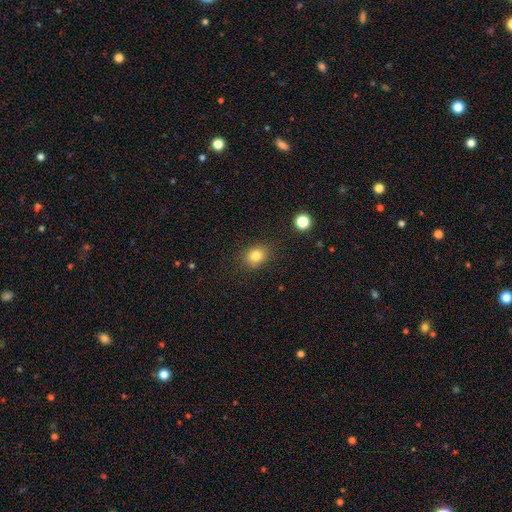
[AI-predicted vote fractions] smooth-or-featured: smooth: 82% | star or artifact: 12% | featured or disk: 7%
  how-rounded: round: 55% | in between: 44% | cigar-shaped: 1%
  merging: none: 85% | minor disturbance: 10% | major disturbance: 3% | merger: 2%